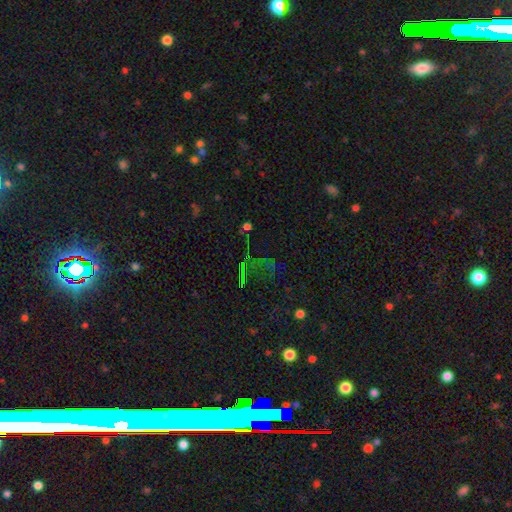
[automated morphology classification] This is likely a star or artifact rather than a galaxy (72%).